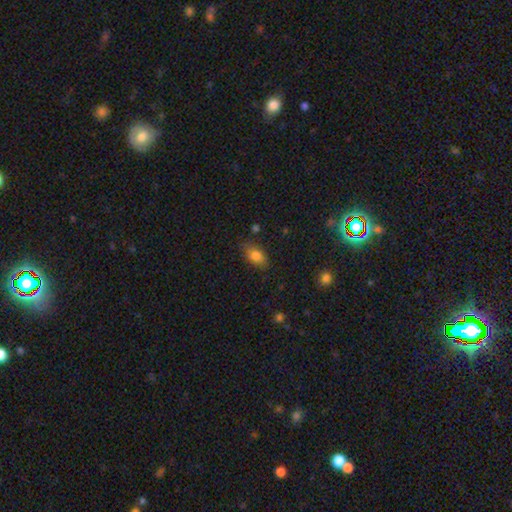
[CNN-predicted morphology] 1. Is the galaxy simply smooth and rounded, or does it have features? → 81% smooth, 10% featured or disk, 9% star or artifact.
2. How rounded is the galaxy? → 86% in between, 9% round, 5% cigar-shaped.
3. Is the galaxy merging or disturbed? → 78% none, 16% minor disturbance, 4% major disturbance, 2% merger.